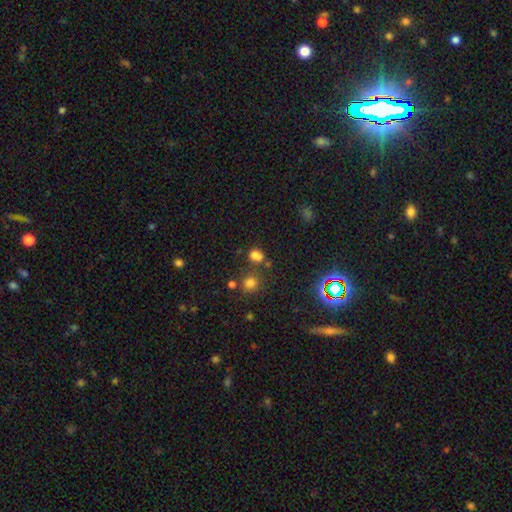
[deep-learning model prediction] The model was most divided on "how rounded": in between: 51%, round: 47%, cigar-shaped: 2%. More confident: smooth or featured — smooth (67%); merging — none (55%).